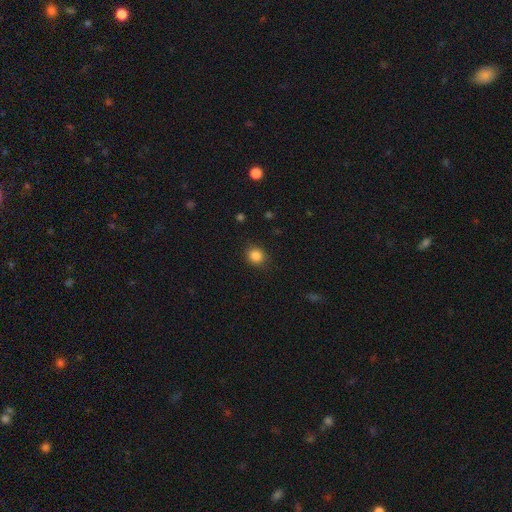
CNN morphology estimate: smooth_or_featured: smooth (p=0.86) [alt: star or artifact p=0.11]
how_rounded: round (p=0.79) [alt: in between p=0.20]
merging: none (p=0.88) [alt: minor disturbance p=0.09]